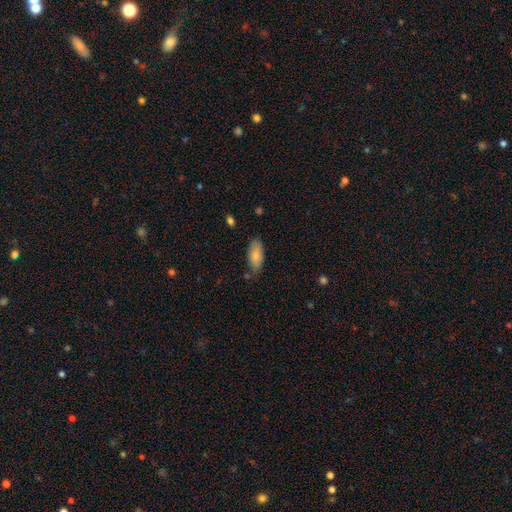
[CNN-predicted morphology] type=smooth (79%); roundness=in between (87%); merging=none (75%).